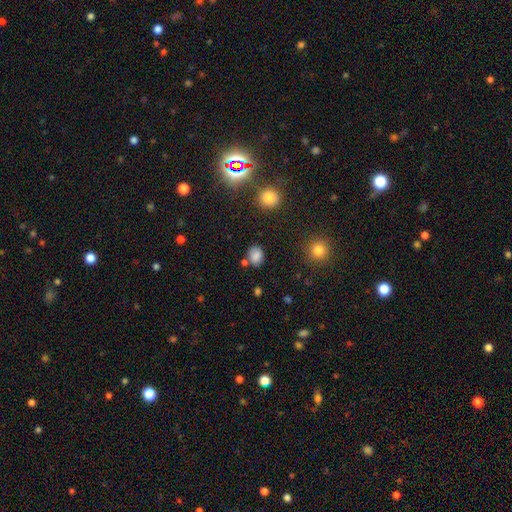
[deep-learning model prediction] smooth 81%, star or artifact 12%, featured or disk 7%. Down the decision tree: how rounded — in between (55%); merging — none (73%).